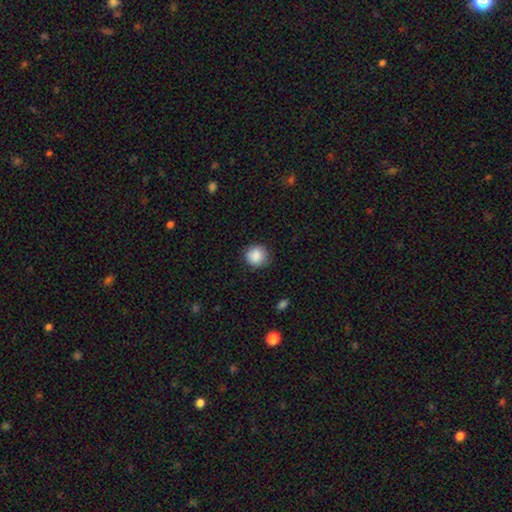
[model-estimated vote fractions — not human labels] Overall: smooth (88%). How rounded: round (91%). Merging: none (84%).